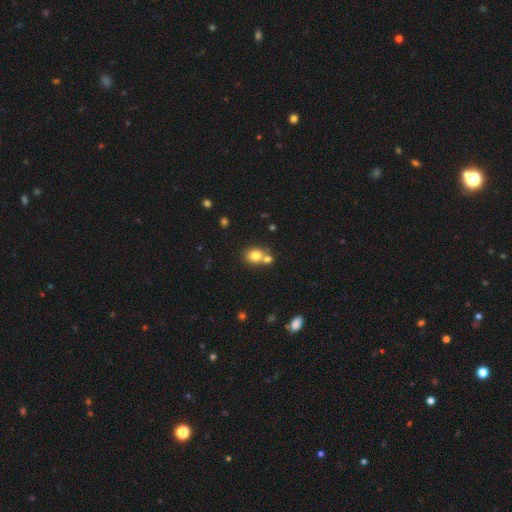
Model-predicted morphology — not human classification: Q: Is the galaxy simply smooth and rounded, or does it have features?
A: smooth — 78%.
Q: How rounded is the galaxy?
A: round — 65%.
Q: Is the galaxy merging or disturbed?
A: none — 47%.